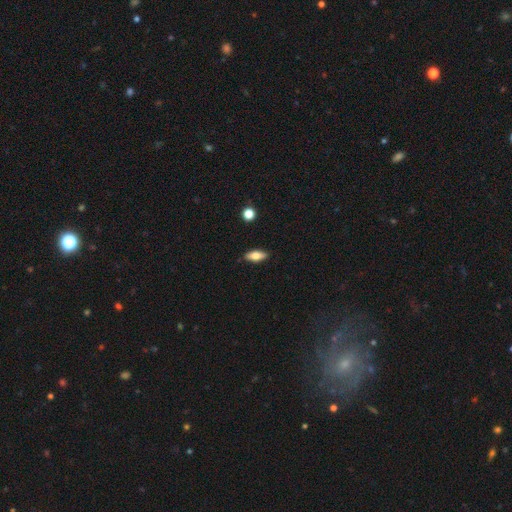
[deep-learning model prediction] Smooth or featured? smooth (73%)
How rounded? in between (79%)
Merging? none (88%)